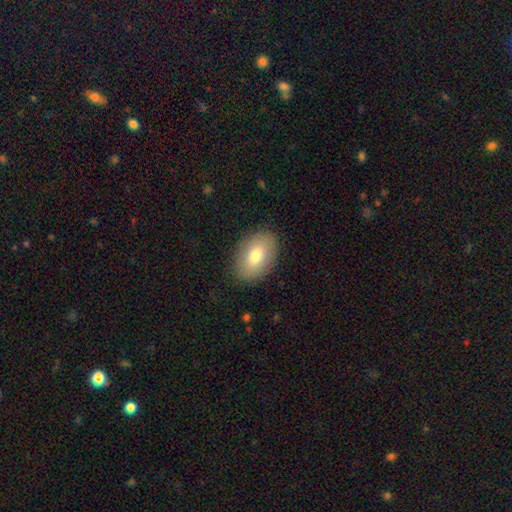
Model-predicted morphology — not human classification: type=smooth (77%); roundness=in between (89%); merging=none (87%).